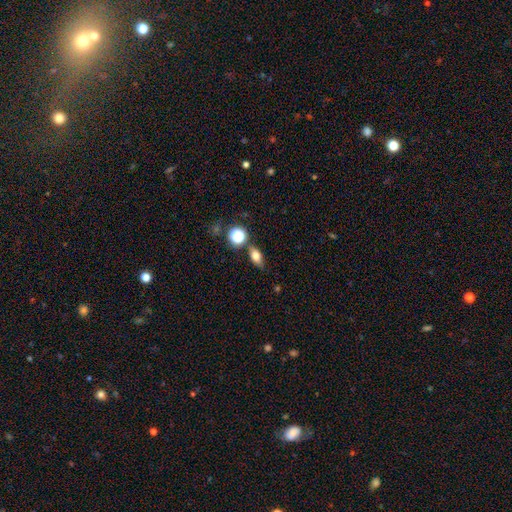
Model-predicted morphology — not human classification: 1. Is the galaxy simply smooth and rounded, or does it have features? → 73% smooth, 14% featured or disk, 13% star or artifact.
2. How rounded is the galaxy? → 74% in between, 18% round, 9% cigar-shaped.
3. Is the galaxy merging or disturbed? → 76% none, 13% minor disturbance, 8% merger, 3% major disturbance.